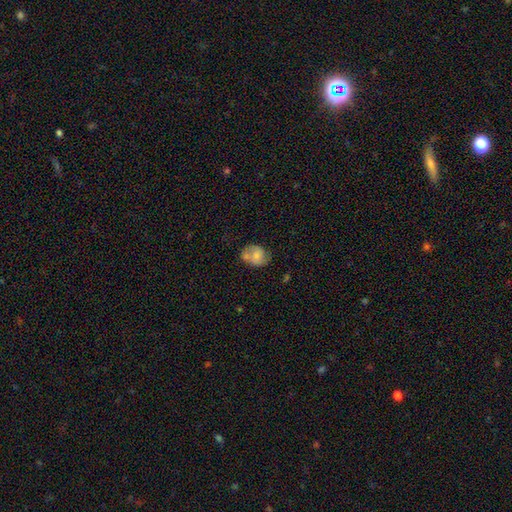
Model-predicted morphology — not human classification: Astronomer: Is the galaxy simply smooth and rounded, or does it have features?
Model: smooth — 63%.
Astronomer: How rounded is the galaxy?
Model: in between — 51% (runner-up: round, 48%).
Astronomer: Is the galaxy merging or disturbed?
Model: none — 44% (runner-up: minor disturbance, 25%).